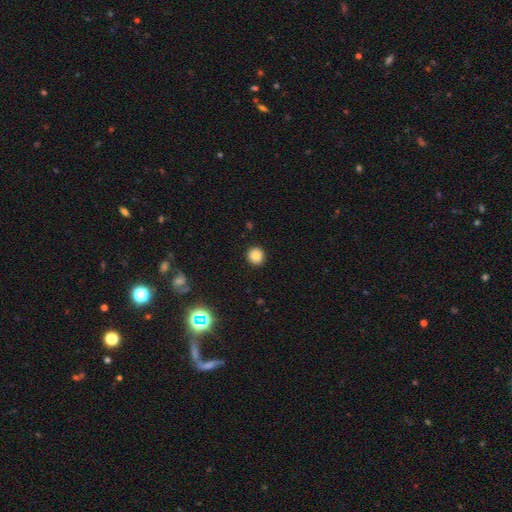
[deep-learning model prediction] smooth-or-featured: smooth: 84% | star or artifact: 11% | featured or disk: 5%
  how-rounded: round: 93% | in between: 6% | cigar-shaped: 1%
  merging: none: 92% | minor disturbance: 5% | major disturbance: 2% | merger: 1%